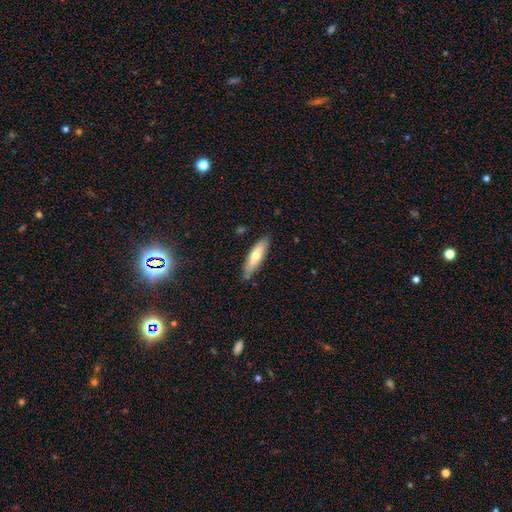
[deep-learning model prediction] Smooth or featured?
  - smooth: 65% *
  - featured or disk: 29%
  - star or artifact: 6%
How rounded?
  - cigar-shaped: 57% *
  - in between: 41%
  - round: 2%
Merging?
  - none: 83% *
  - minor disturbance: 13%
  - major disturbance: 2%
  - merger: 2%